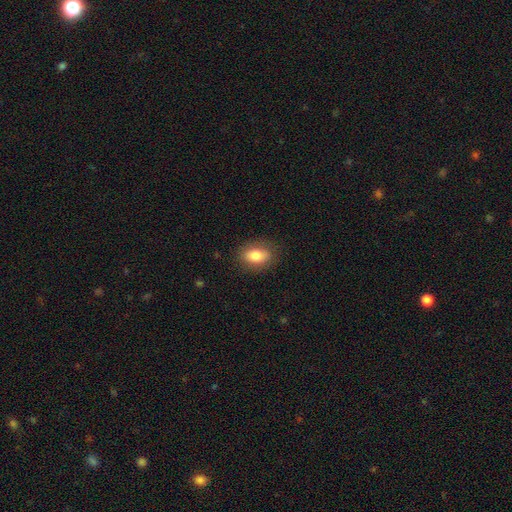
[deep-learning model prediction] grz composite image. It shows a smooth galaxy with no disk features (78%) that is in between round and cigar-shaped (78%). Merging: none (84%).